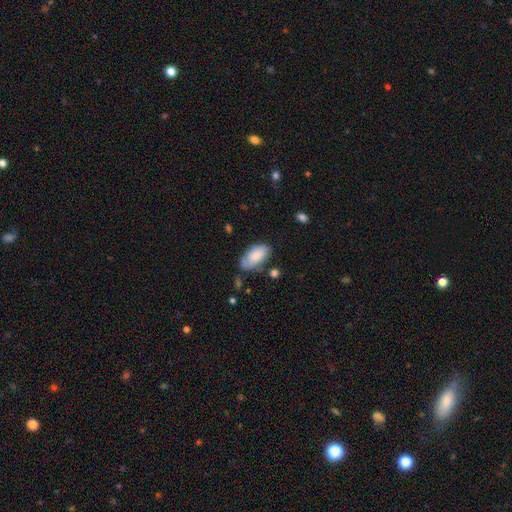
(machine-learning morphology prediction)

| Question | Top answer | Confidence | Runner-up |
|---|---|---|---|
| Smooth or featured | smooth | 70% | featured or disk (24%) |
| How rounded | in between | 94% | round (3%) |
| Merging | none | 60% | minor disturbance (28%) |